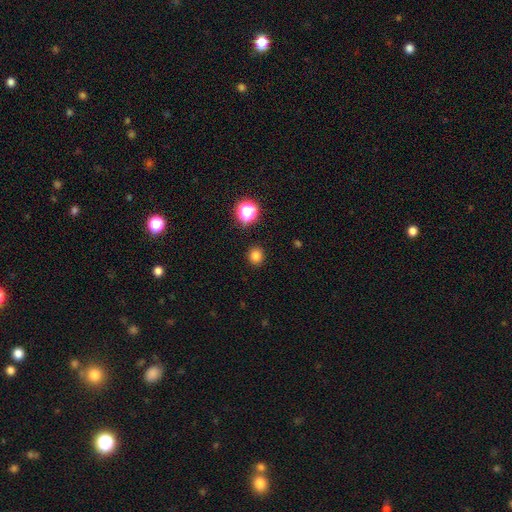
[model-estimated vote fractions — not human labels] Q: Smooth or featured?
A: smooth (81%); runner-up: star or artifact (15%)
Q: How rounded?
A: round (86%); runner-up: in between (13%)
Q: Merging?
A: none (91%); runner-up: minor disturbance (6%)